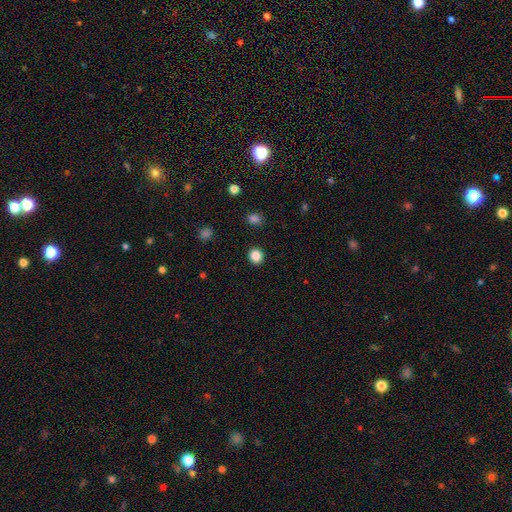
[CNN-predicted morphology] A smooth galaxy with no disk features (86%) that is round (78%).

Vote fractions:
- Smooth or featured? smooth: 86% / star or artifact: 11% / featured or disk: 3%
- How rounded? round: 78% / in between: 21% / cigar-shaped: 1%
- Merging? none: 91% / minor disturbance: 6% / major disturbance: 2% / merger: 1%